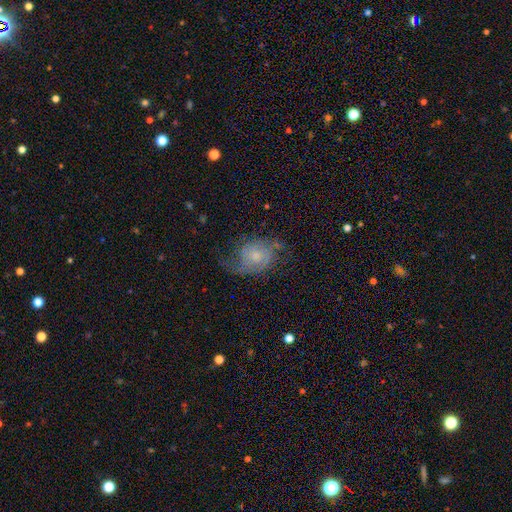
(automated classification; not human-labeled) Overall: featured or disk (62%; smooth 29%). Edge-on disk: no (97%). Bar: no (75%). Spiral arms: yes (85%). Spiral arm count: 2 (72%). Spiral winding: loose (41%; medium 40%). Bulge size: small (55%; moderate 32%). Merging: none (51%; minor disturbance 24%).